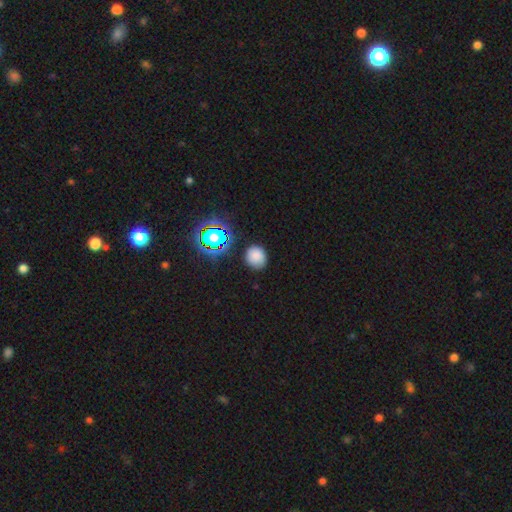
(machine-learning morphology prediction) smooth 77%, star or artifact 17%, featured or disk 7%. Down the decision tree: how rounded — round (80%); merging — none (82%).